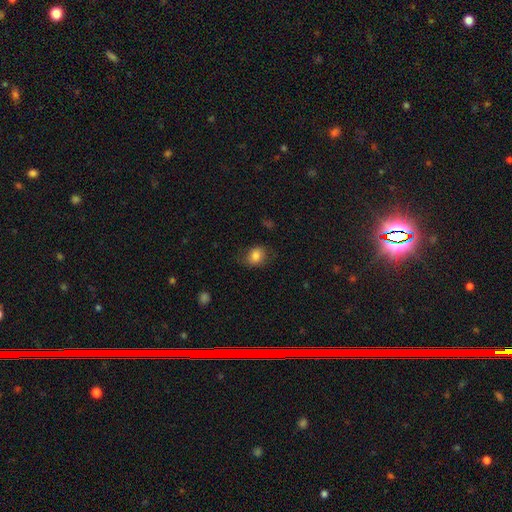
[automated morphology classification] Overall: smooth (81%). How rounded: round (51%; in between 48%). Merging: none (72%).